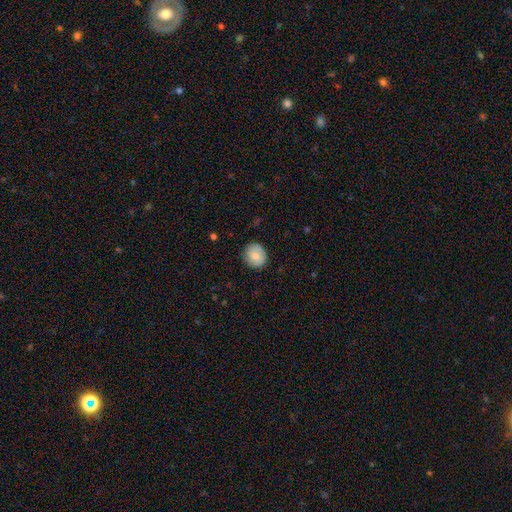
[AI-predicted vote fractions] A smooth galaxy with no disk features (79%) that is round (77%). Merging: none (85%).